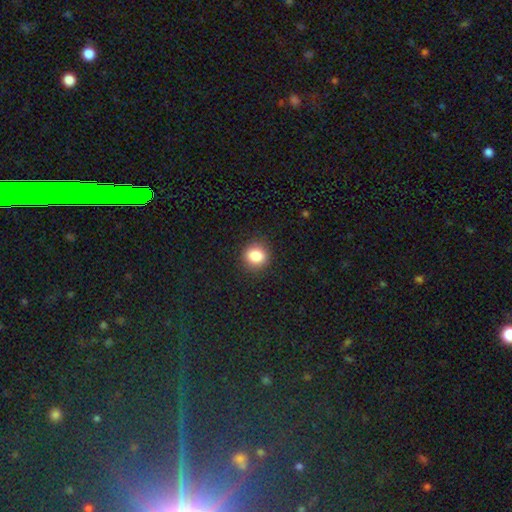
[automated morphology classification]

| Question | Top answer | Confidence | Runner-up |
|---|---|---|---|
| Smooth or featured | smooth | 84% | star or artifact (10%) |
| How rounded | round | 82% | in between (17%) |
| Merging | none | 89% | minor disturbance (7%) |